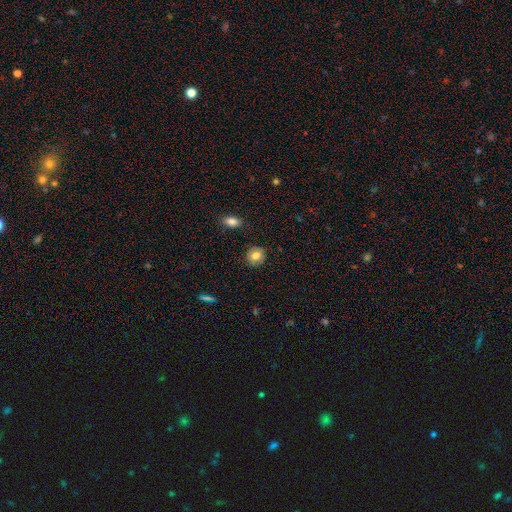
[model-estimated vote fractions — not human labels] smooth-or-featured: smooth: 78% | featured or disk: 13% | star or artifact: 9%
  how-rounded: round: 85% | in between: 14% | cigar-shaped: 1%
  merging: none: 89% | minor disturbance: 8% | major disturbance: 2% | merger: 1%